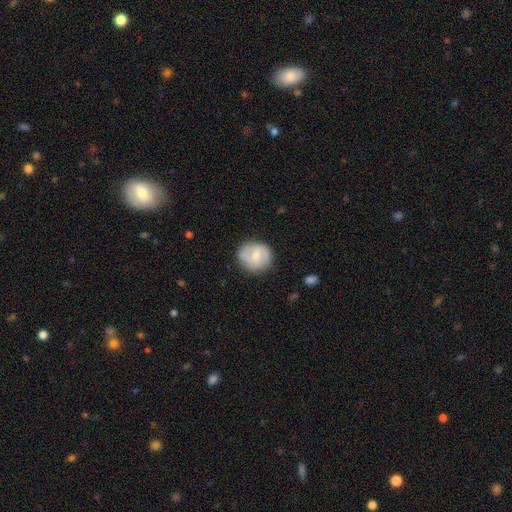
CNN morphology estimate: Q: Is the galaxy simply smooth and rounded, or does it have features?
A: smooth — 57%.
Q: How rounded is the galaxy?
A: round — 82%.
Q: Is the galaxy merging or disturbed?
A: none — 79%.